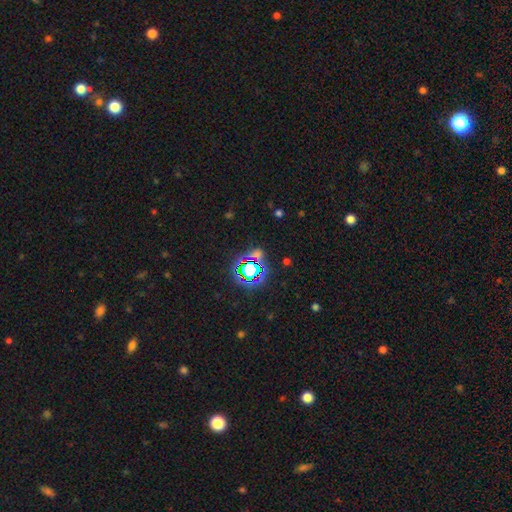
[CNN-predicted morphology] This appears to be a star or artifact, not a galaxy (67%).